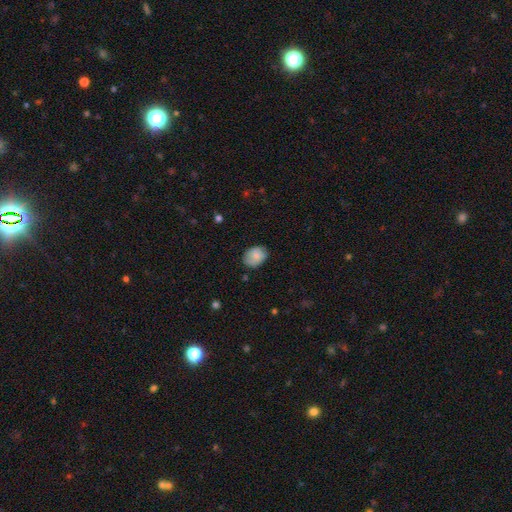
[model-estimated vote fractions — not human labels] smooth 78%, featured or disk 15%, star or artifact 7%. Down the decision tree: how rounded — in between (67%); merging — none (72%).